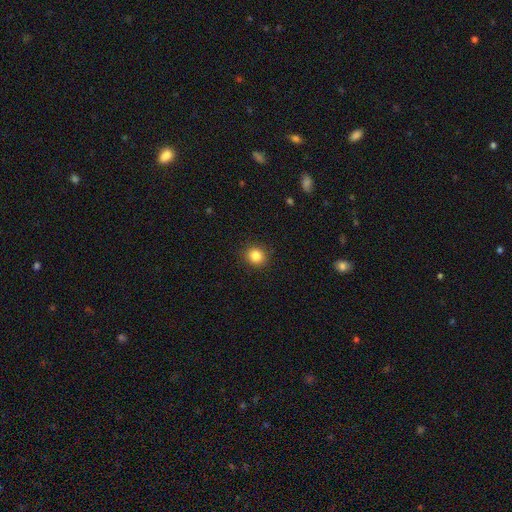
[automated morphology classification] Q: Smooth or featured?
A: smooth (85%); runner-up: star or artifact (10%)
Q: How rounded?
A: round (84%); runner-up: in between (15%)
Q: Merging?
A: none (91%); runner-up: minor disturbance (6%)